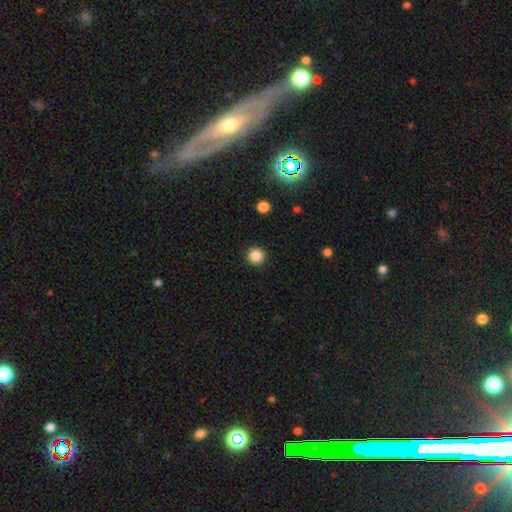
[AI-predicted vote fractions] The model was most divided on "smooth or featured": smooth: 86%, star or artifact: 11%, featured or disk: 3%. More confident: how rounded — round (95%); merging — none (92%).